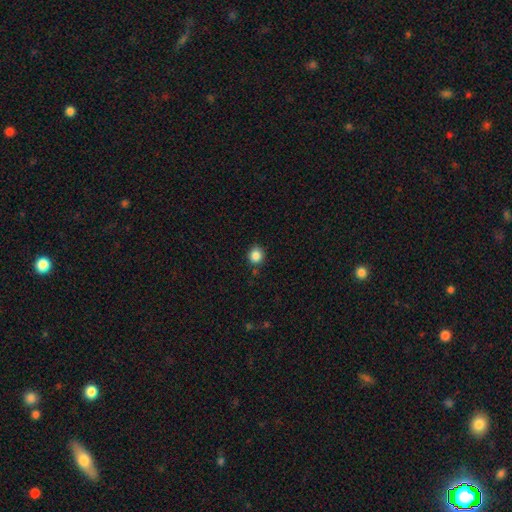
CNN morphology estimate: A smooth galaxy with no disk features (86%) that is round (90%).

Vote fractions:
- Smooth or featured? smooth: 86% / star or artifact: 11% / featured or disk: 3%
- How rounded? round: 90% / in between: 9% / cigar-shaped: 1%
- Merging? none: 86% / minor disturbance: 9% / merger: 3% / major disturbance: 2%